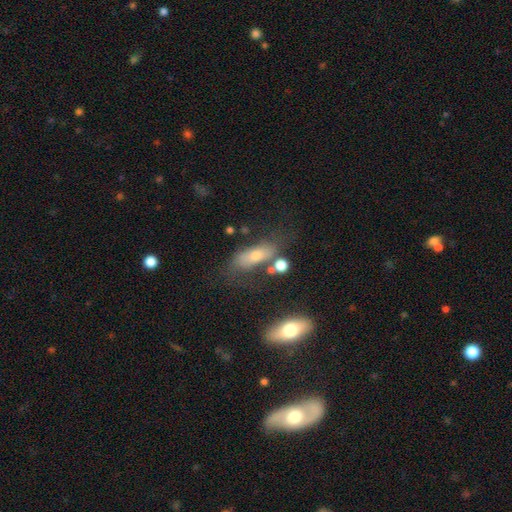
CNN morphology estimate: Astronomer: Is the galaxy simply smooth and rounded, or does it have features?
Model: smooth — 61%.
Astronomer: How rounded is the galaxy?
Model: in between — 68%.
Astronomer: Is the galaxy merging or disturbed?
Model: none — 53%.